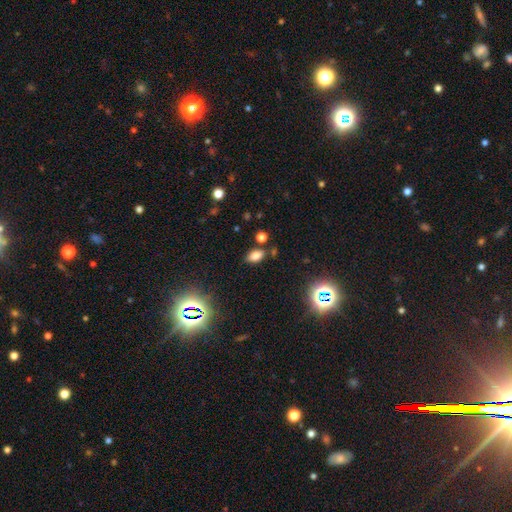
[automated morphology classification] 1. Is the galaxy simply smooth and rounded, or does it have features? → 75% smooth, 17% star or artifact, 8% featured or disk.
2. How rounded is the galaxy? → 88% in between, 9% round, 3% cigar-shaped.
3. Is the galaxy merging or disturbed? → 79% none, 12% minor disturbance, 6% merger, 3% major disturbance.